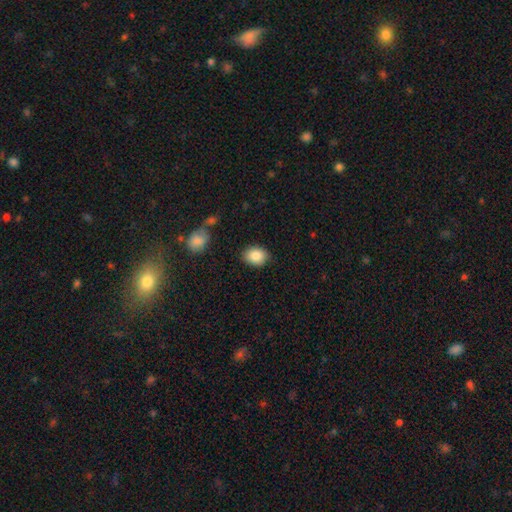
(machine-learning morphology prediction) A smooth galaxy with no disk features (87%) that is in between round and cigar-shaped (59%).

Vote fractions:
- Smooth or featured? smooth: 87% / star or artifact: 8% / featured or disk: 5%
- How rounded? in between: 59% / round: 40% / cigar-shaped: 1%
- Merging? none: 85% / minor disturbance: 10% / major disturbance: 2% / merger: 2%